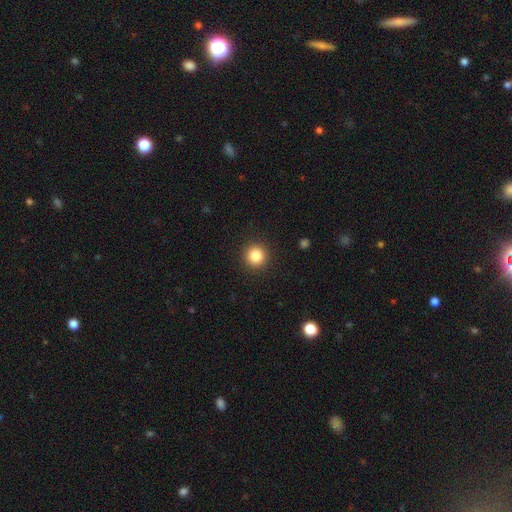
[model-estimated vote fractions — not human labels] The model was most divided on "smooth or featured": smooth: 85%, star or artifact: 10%, featured or disk: 5%. More confident: how rounded — round (95%); merging — none (92%).